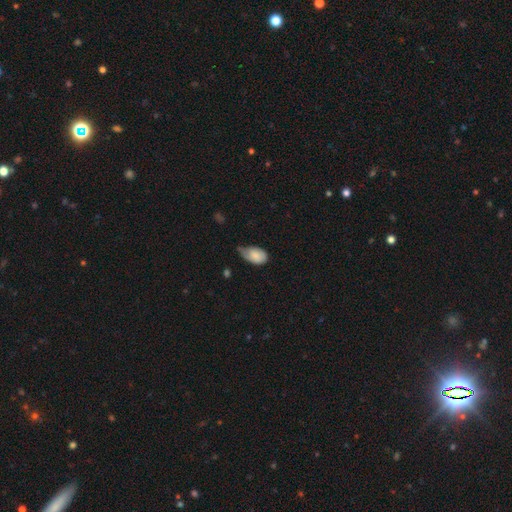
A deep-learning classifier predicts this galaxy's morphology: This is clearly a smooth galaxy (81%). How rounded: clearly in between (90%). Merging: possibly minor disturbance (54%).